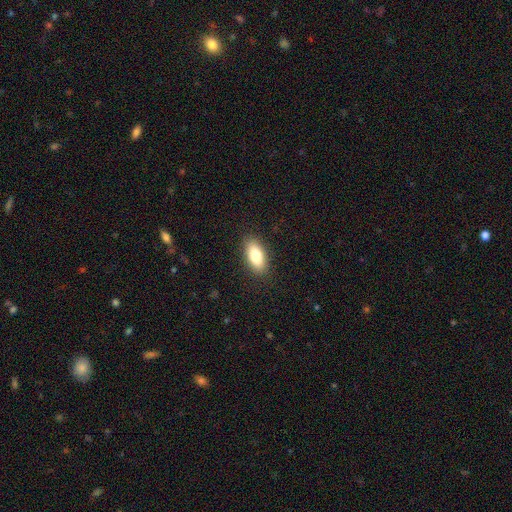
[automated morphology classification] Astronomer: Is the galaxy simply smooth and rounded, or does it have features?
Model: smooth — 82%.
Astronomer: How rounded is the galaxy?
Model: in between — 85%.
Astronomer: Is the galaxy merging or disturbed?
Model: none — 88%.